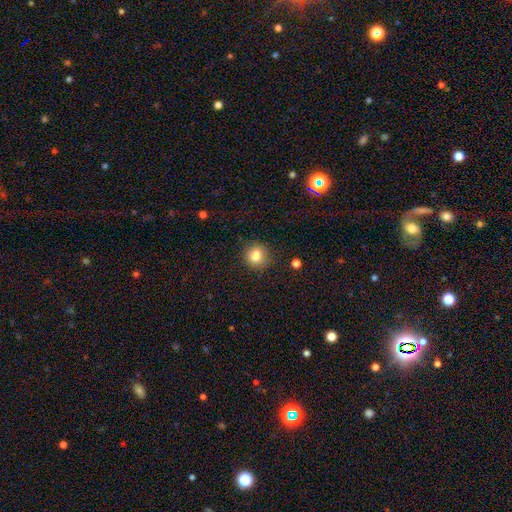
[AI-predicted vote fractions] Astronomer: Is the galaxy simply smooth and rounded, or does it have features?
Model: smooth — 80%.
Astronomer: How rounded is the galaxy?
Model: round — 74%.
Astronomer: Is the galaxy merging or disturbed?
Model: none — 71%.